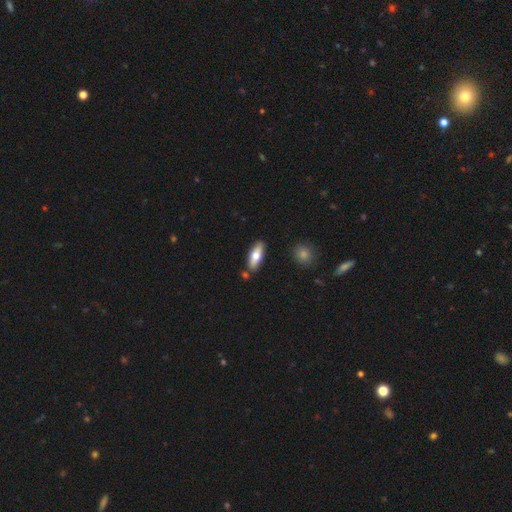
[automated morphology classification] The model was most divided on "how rounded": in between: 65%, cigar-shaped: 33%, round: 2%. More confident: merging — none (81%); smooth or featured — smooth (67%).